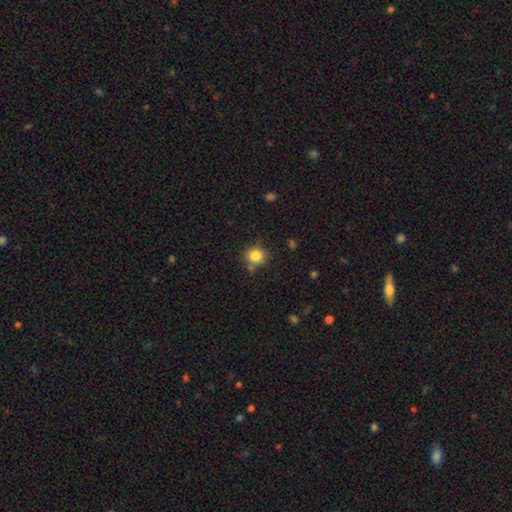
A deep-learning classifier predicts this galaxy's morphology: Overall: smooth (83%). How rounded: round (85%). Merging: none (76%).